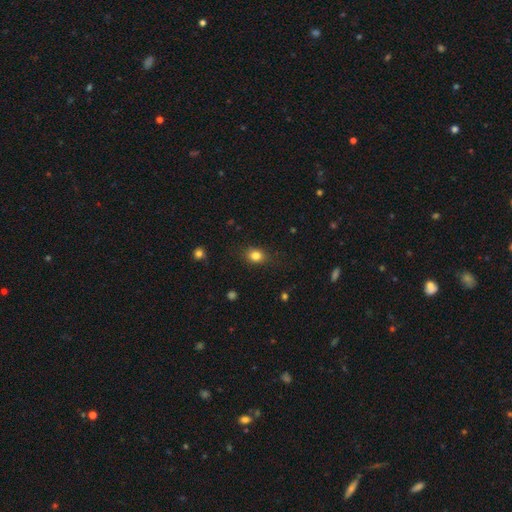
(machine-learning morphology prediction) Overall: smooth (82%). How rounded: round (51%; in between 48%). Merging: none (82%).